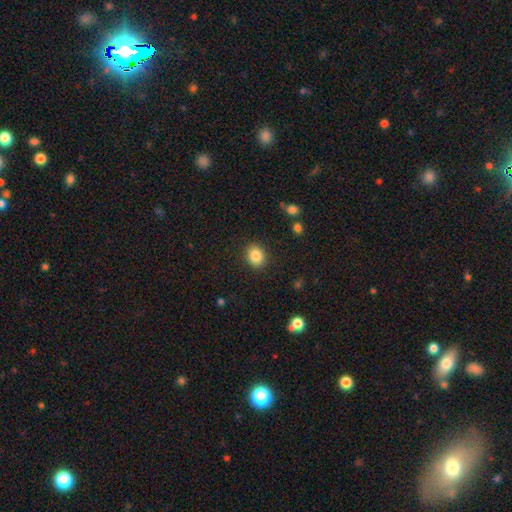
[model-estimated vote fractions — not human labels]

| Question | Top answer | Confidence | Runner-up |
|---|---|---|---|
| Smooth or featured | smooth | 85% | star or artifact (10%) |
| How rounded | round | 63% | in between (36%) |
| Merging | none | 89% | minor disturbance (7%) |